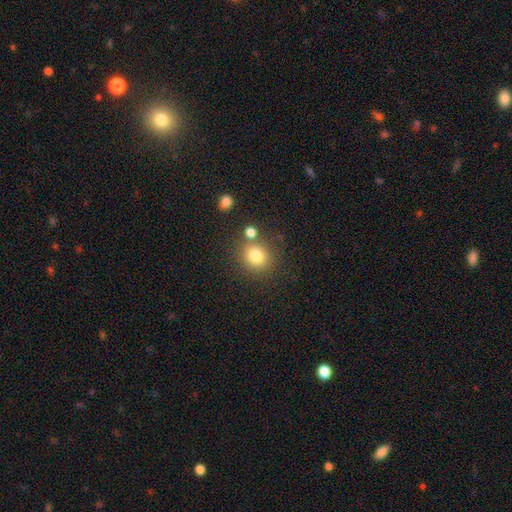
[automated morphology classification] smooth-or-featured: smooth: 80% | star or artifact: 12% | featured or disk: 8%
  how-rounded: round: 82% | in between: 18% | cigar-shaped: 1%
  merging: none: 72% | merger: 13% | minor disturbance: 11% | major disturbance: 4%